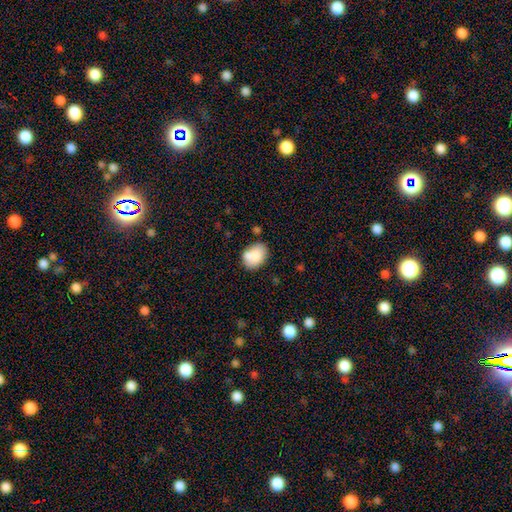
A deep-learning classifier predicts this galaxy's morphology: A smooth galaxy with no disk features (80%) that is in between round and cigar-shaped (71%). Merging: none (62%).